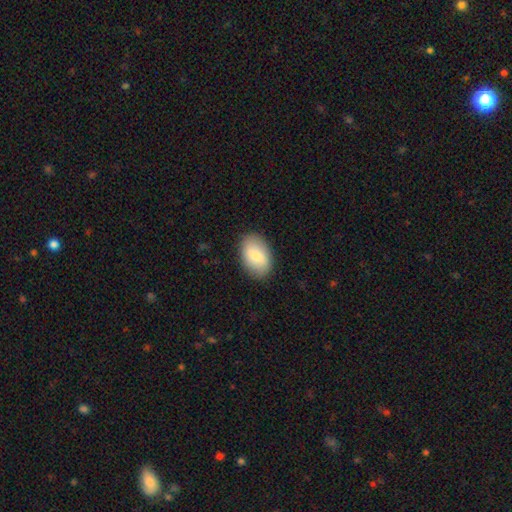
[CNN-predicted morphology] Smooth or featured: smooth — 78% (featured or disk — 16%)
How rounded: in between — 90% (round — 9%)
Merging: none — 87% (minor disturbance — 10%)